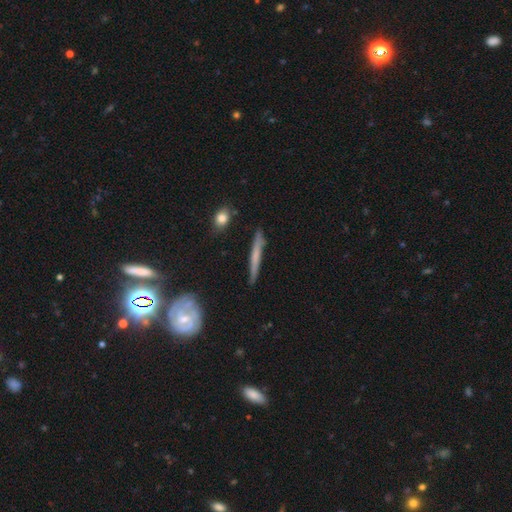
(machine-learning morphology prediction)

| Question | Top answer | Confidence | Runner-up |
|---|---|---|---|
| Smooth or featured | featured or disk | 51% | smooth (42%) |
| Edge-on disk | yes | 87% | no (13%) |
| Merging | none | 83% | minor disturbance (12%) |